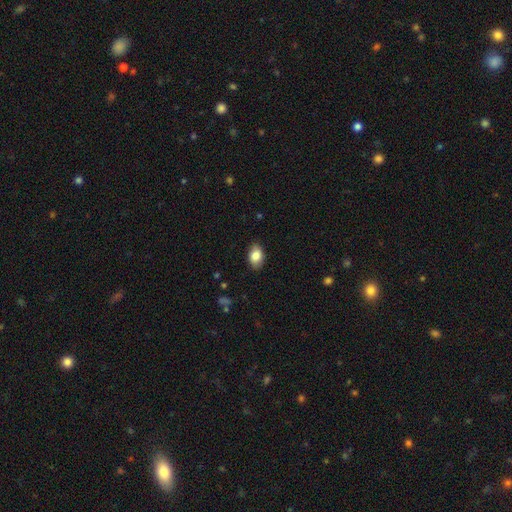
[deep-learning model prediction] A smooth galaxy with no disk features (85%) that is in between round and cigar-shaped (85%). Merging: none (86%).